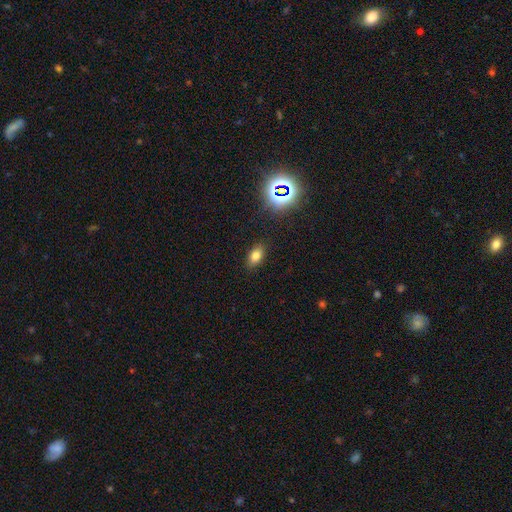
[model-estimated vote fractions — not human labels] smooth-or-featured: smooth: 74% | star or artifact: 17% | featured or disk: 9%
  how-rounded: in between: 86% | round: 11% | cigar-shaped: 3%
  merging: none: 87% | minor disturbance: 9% | major disturbance: 3% | merger: 1%